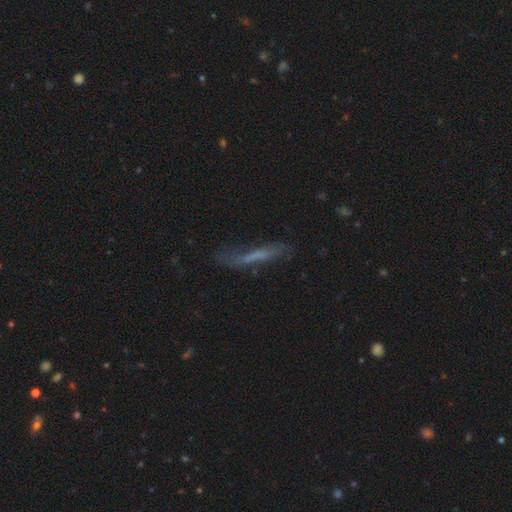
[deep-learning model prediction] A featured or disk galaxy (44%, tied with smooth).

Vote fractions:
- Smooth or featured? featured or disk: 44% (tied) / smooth: 44% (tied) / star or artifact: 12%
- Merging? none: 57% / minor disturbance: 25% / major disturbance: 15% / merger: 4%